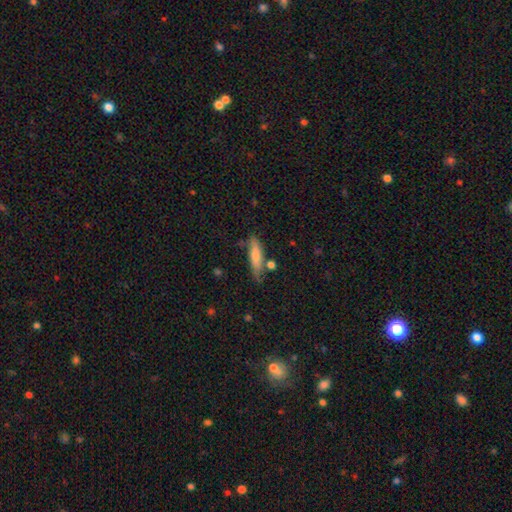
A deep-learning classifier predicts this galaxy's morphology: Smooth or featured? smooth (75%)
How rounded? cigar-shaped (72%)
Merging? none (68%)